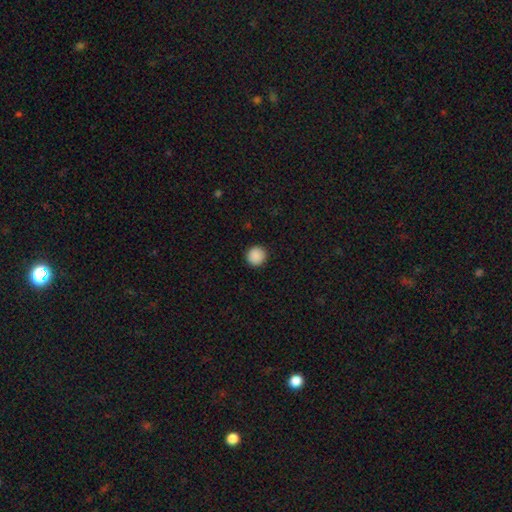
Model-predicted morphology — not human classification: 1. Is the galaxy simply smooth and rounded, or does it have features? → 90% smooth, 8% star or artifact, 2% featured or disk.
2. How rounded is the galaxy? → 95% round, 4% in between, 1% cigar-shaped.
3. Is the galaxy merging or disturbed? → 93% none, 5% minor disturbance, 2% major disturbance, 1% merger.